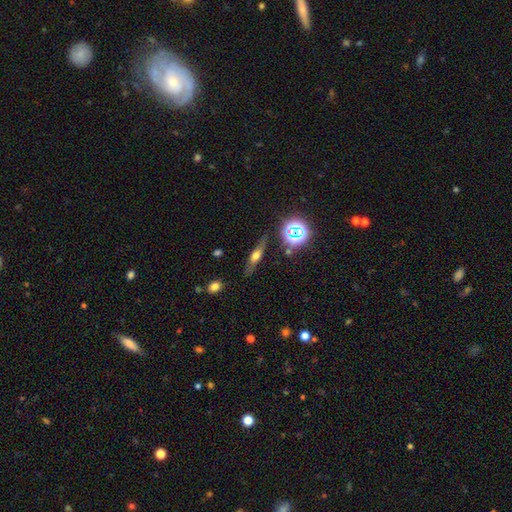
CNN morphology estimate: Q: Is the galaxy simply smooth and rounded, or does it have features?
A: featured or disk — 45%.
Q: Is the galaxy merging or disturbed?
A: none — 81%.